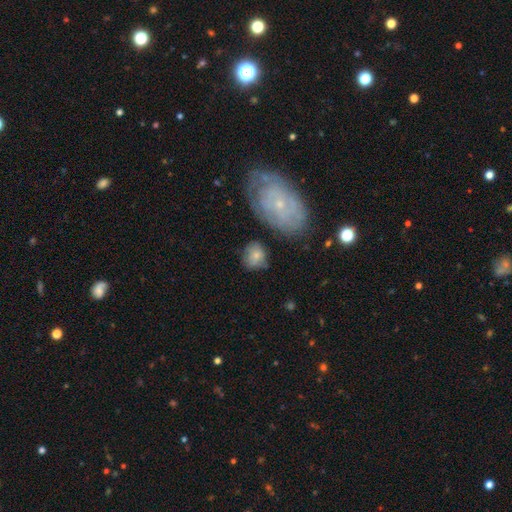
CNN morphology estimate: Smooth or featured? smooth (70%)
How rounded? round (67%)
Merging? none (63%)